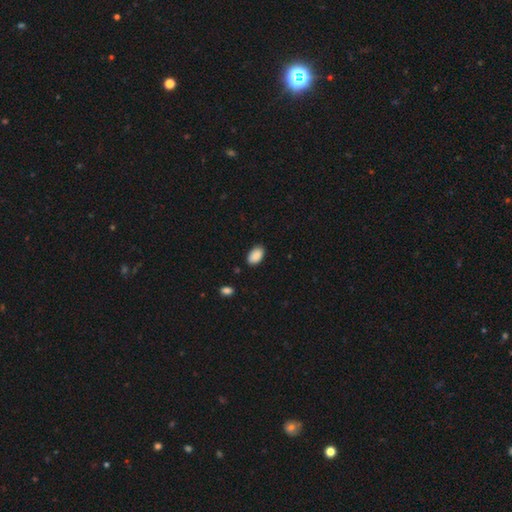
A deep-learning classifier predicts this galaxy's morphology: smooth-or-featured: smooth: 90% | star or artifact: 7% | featured or disk: 3%
  how-rounded: in between: 92% | round: 6% | cigar-shaped: 1%
  merging: none: 86% | minor disturbance: 10% | major disturbance: 2% | merger: 1%